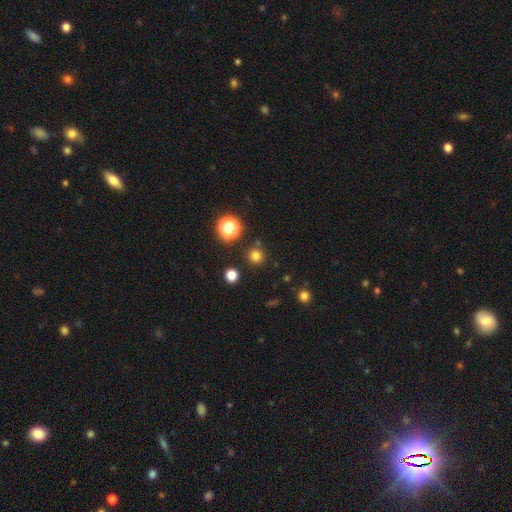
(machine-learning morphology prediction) This is likely a smooth galaxy (75%). How rounded: clearly round (95%). Merging: clearly none (87%).